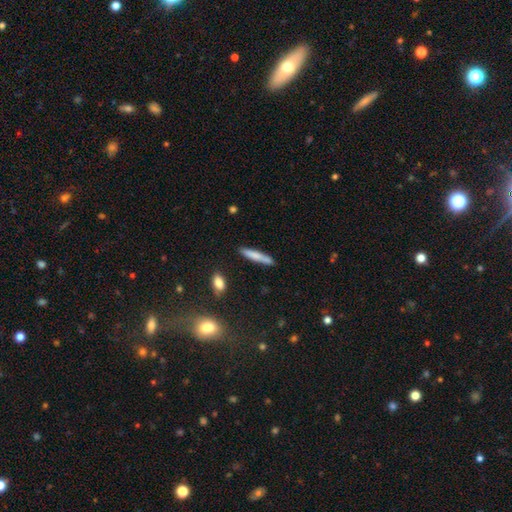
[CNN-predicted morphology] The model was most divided on "smooth or featured": smooth: 73%, featured or disk: 20%, star or artifact: 6%. More confident: how rounded — cigar-shaped (91%); merging — none (80%).